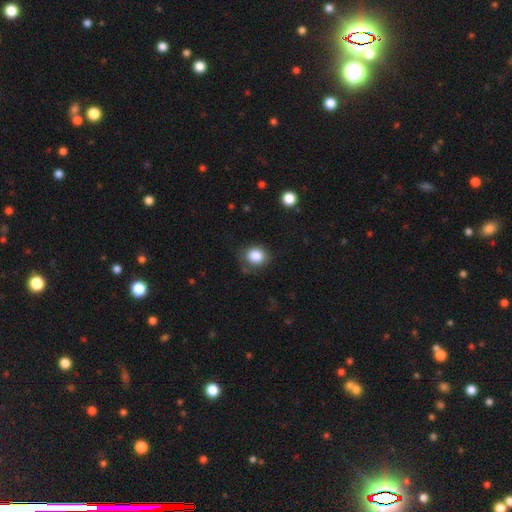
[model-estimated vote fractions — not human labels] Smooth or featured: smooth — 85% (star or artifact — 9%)
How rounded: round — 72% (in between — 27%)
Merging: none — 75% (minor disturbance — 17%)